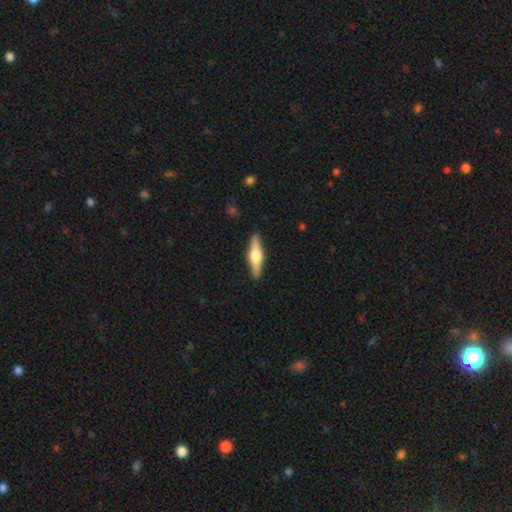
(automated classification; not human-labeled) Smooth or featured?
  - featured or disk: 65% *
  - smooth: 30%
  - star or artifact: 5%
Edge-on disk?
  - yes: 97% *
  - no: 3%
Edge-on bulge?
  - rounded: 94% *
  - boxy: 5%
  - none: 1%
Merging?
  - none: 90% *
  - minor disturbance: 7%
  - major disturbance: 2%
  - merger: 1%